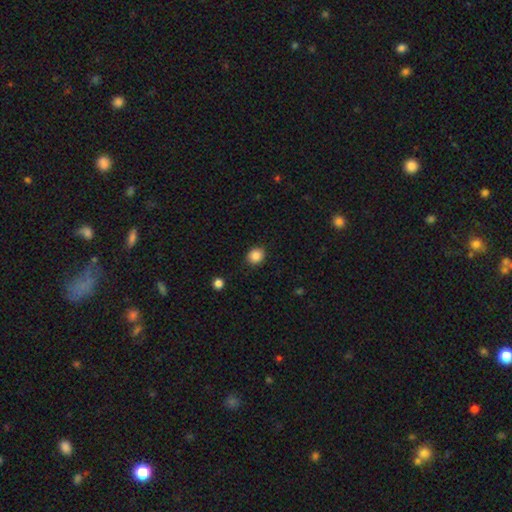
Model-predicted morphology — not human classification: Smooth or featured? smooth (86%)
How rounded? round (77%)
Merging? none (88%)